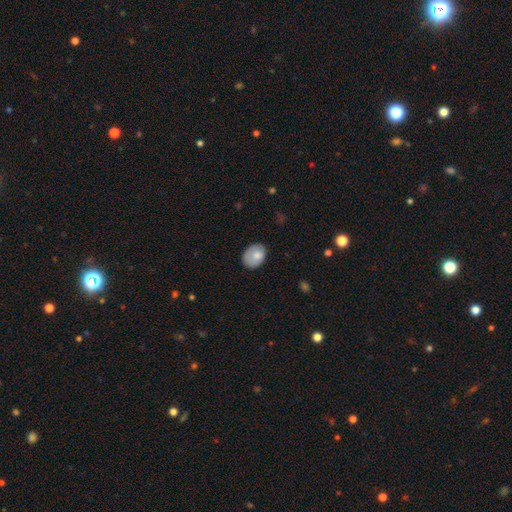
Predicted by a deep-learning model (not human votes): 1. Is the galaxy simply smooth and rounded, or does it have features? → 77% smooth, 16% featured or disk, 7% star or artifact.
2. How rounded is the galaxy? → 62% in between, 38% round, 1% cigar-shaped.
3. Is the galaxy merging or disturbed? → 70% none, 22% minor disturbance, 6% major disturbance, 1% merger.